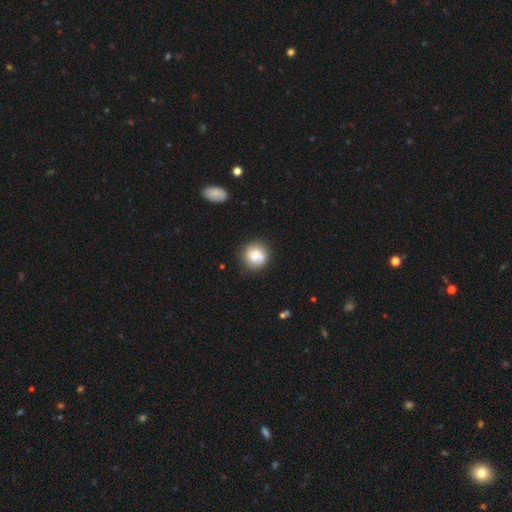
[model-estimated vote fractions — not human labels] A smooth galaxy with no disk features (79%) that is round (90%). Merging: none (77%).